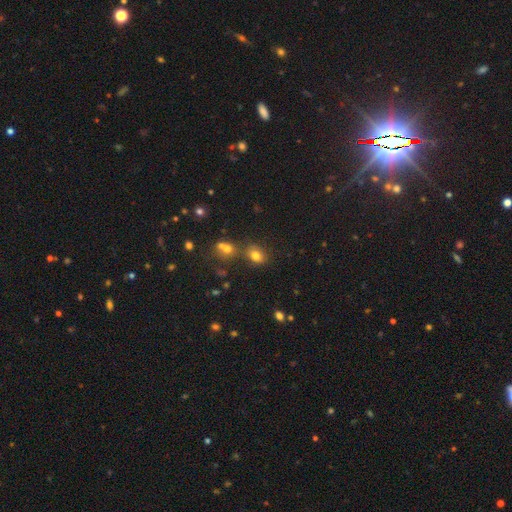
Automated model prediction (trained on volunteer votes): Smooth or featured?
  - smooth: 76% *
  - star or artifact: 16%
  - featured or disk: 8%
How rounded?
  - in between: 55% *
  - round: 44%
  - cigar-shaped: 1%
Merging?
  - none: 66% *
  - merger: 17%
  - minor disturbance: 12%
  - major disturbance: 4%